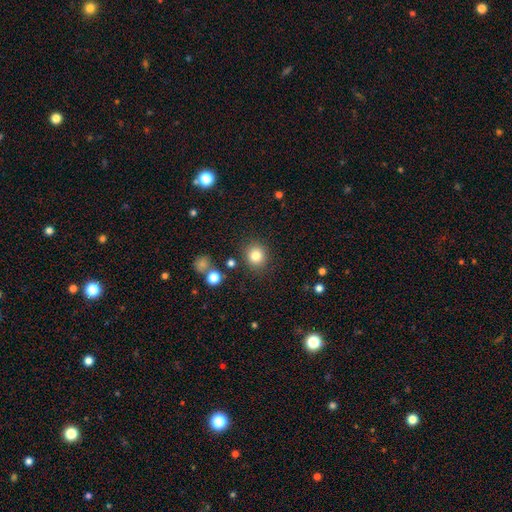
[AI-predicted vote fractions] Overall: smooth (82%). How rounded: round (87%). Merging: none (86%).